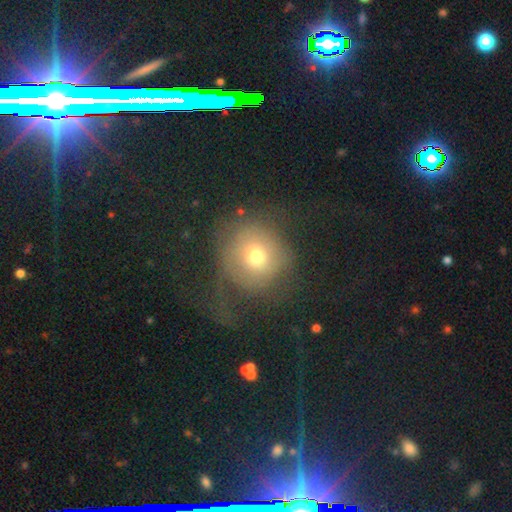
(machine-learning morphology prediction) Smooth or featured?
  - smooth: 63% *
  - featured or disk: 24%
  - star or artifact: 13%
How rounded?
  - round: 89% *
  - in between: 10%
  - cigar-shaped: 1%
Merging?
  - none: 43% *
  - major disturbance: 37%
  - minor disturbance: 19%
  - merger: 2%